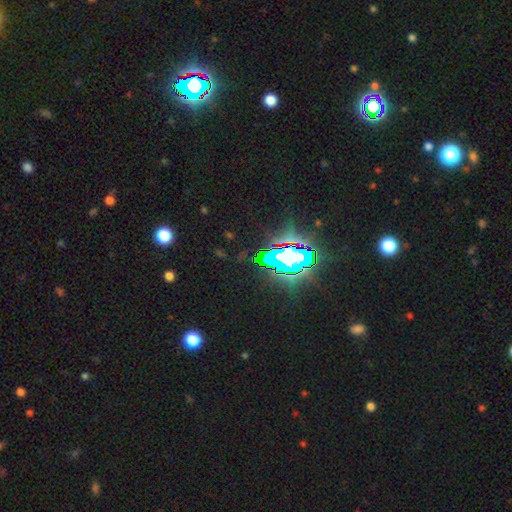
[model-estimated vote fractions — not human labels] Morphology: type=star or artifact (83%).